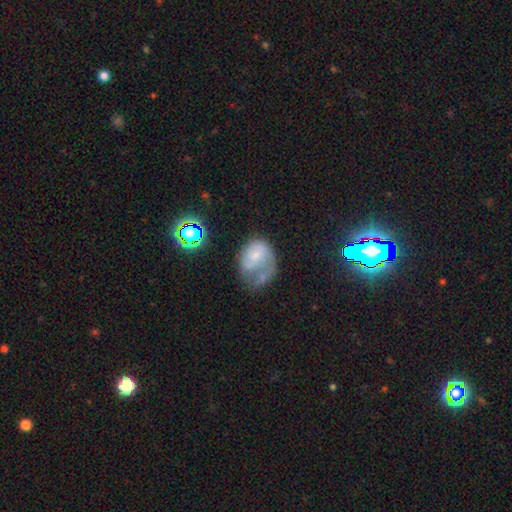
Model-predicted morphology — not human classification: Overall: smooth (45%; featured or disk 43%). Merging: major disturbance (40%; minor disturbance 24%).